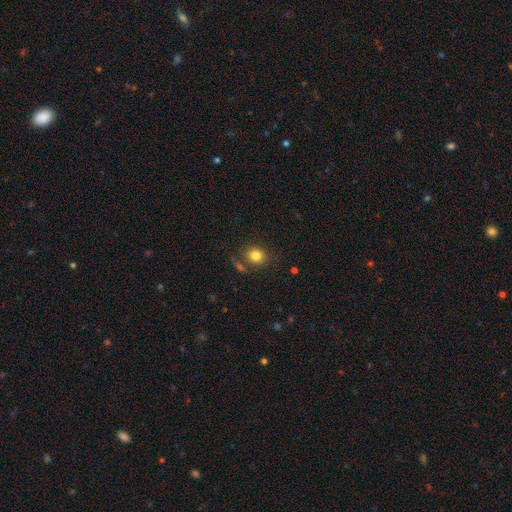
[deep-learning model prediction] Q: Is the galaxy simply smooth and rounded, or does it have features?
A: smooth — 81%.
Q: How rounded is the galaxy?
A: round — 68%.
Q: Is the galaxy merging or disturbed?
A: none — 76%.